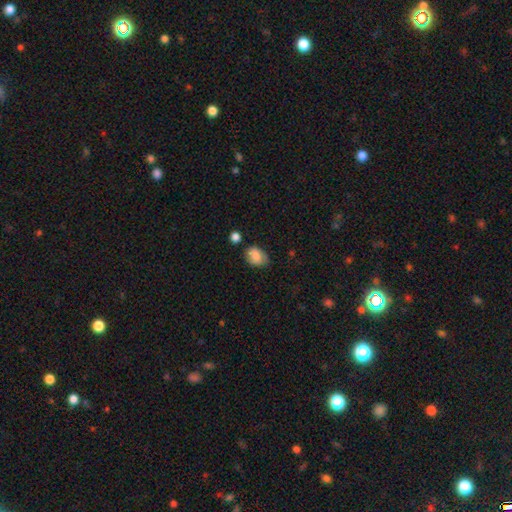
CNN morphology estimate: Smooth or featured: smooth — 81% (featured or disk — 10%)
How rounded: in between — 75% (round — 23%)
Merging: none — 66% (minor disturbance — 23%)